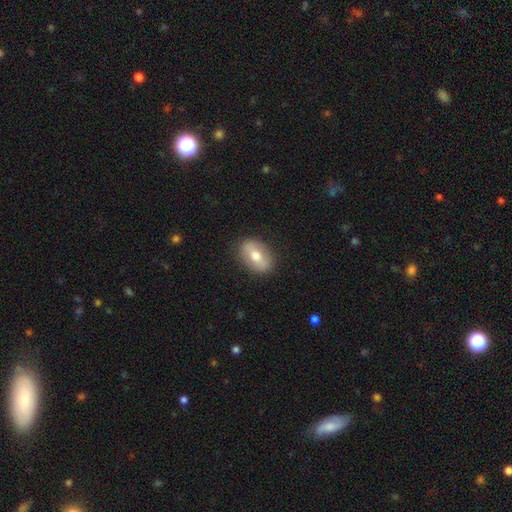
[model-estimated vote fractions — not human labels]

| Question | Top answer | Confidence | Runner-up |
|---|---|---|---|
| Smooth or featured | smooth | 64% | featured or disk (30%) |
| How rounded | in between | 84% | round (14%) |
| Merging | none | 86% | minor disturbance (11%) |